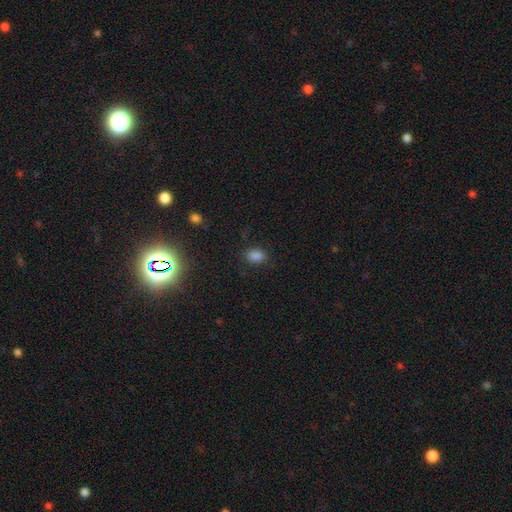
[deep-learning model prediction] Smooth or featured? smooth (83%)
How rounded? in between (78%)
Merging? none (80%)